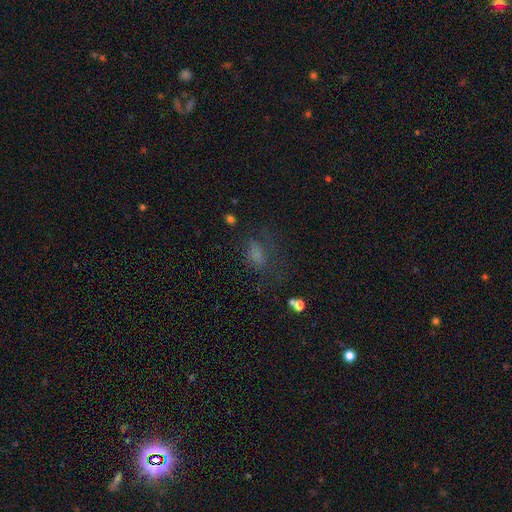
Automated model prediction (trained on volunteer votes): Q: Smooth or featured?
A: smooth (62%); runner-up: star or artifact (22%)
Q: How rounded?
A: in between (77%); runner-up: round (18%)
Q: Merging?
A: none (50%); runner-up: major disturbance (26%)